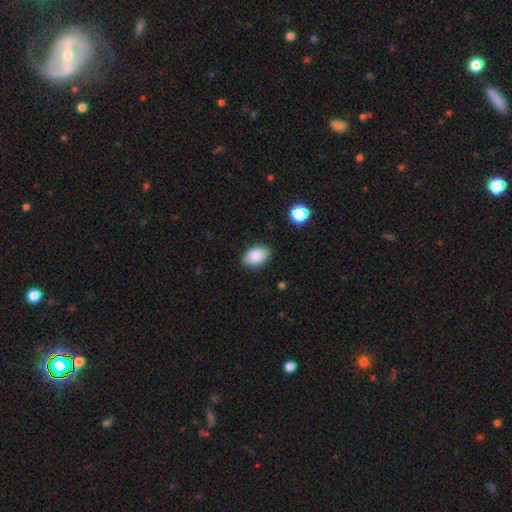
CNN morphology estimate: Overall: smooth (87%). How rounded: in between (88%). Merging: none (84%).